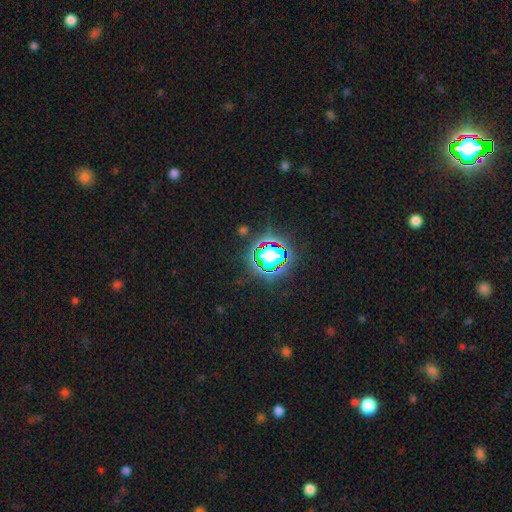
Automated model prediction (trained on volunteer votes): Smooth or featured: star or artifact — 76% (smooth — 16%)